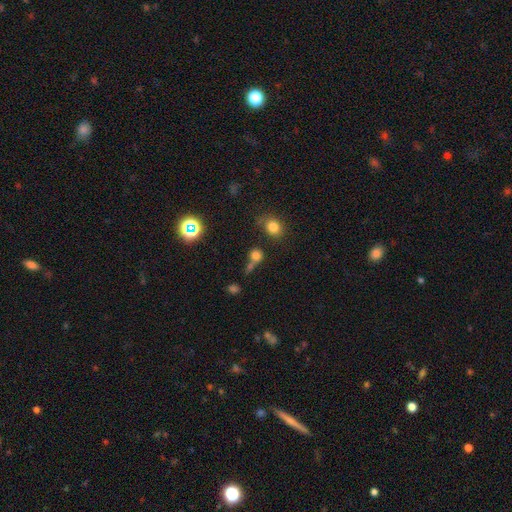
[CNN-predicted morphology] Smooth or featured?
  - smooth: 69% *
  - star or artifact: 22%
  - featured or disk: 9%
How rounded?
  - round: 79% *
  - in between: 18%
  - cigar-shaped: 3%
Merging?
  - none: 49% *
  - merger: 31%
  - minor disturbance: 11%
  - major disturbance: 8%